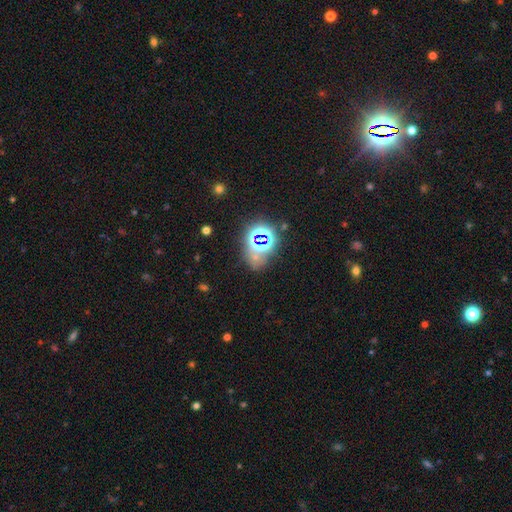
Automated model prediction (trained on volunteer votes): Smooth or featured?
  - star or artifact: 61% *
  - smooth: 29%
  - featured or disk: 11%